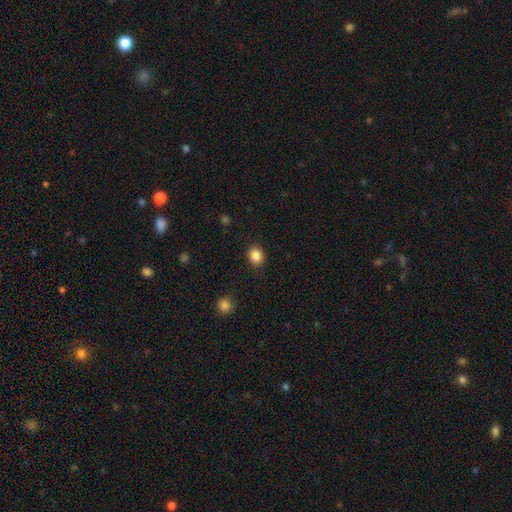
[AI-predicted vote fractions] This appears to be a smooth galaxy with no disk features (86%) that is round (64%). Merging: none (87%).